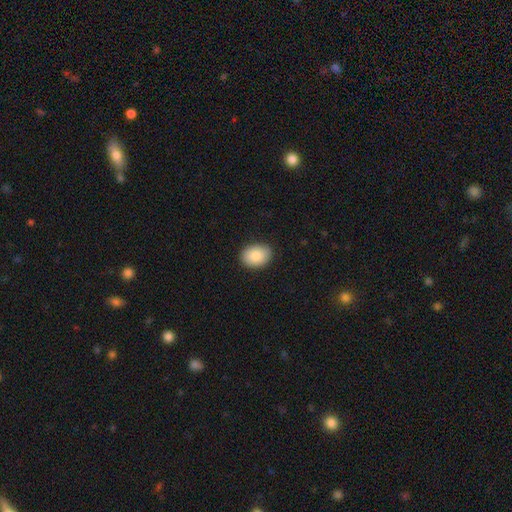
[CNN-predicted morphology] A smooth galaxy with no disk features (86%) that is in between round and cigar-shaped (74%). Merging: none (88%).